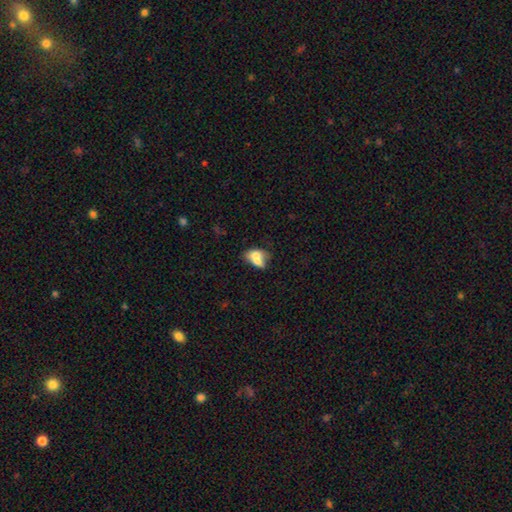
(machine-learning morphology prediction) This appears to be a smooth galaxy with no disk features (67%) that is in between round and cigar-shaped (77%). Merging: merger (50%).